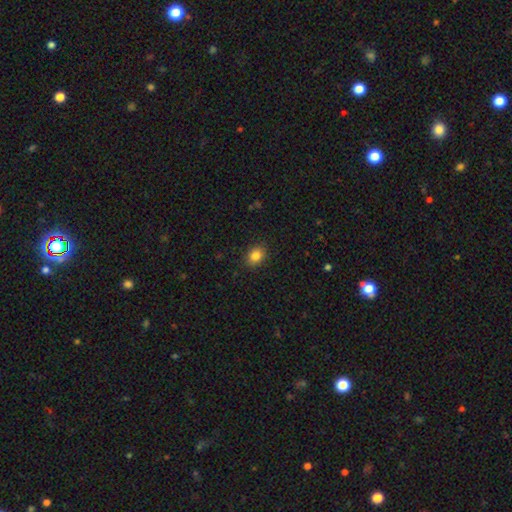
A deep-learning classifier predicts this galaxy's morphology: A smooth galaxy with no disk features (84%) that is in between round and cigar-shaped (56%).

Vote fractions:
- Smooth or featured? smooth: 84% / star or artifact: 10% / featured or disk: 6%
- How rounded? in between: 56% / round: 43% / cigar-shaped: 1%
- Merging? none: 89% / minor disturbance: 8% / major disturbance: 2% / merger: 1%